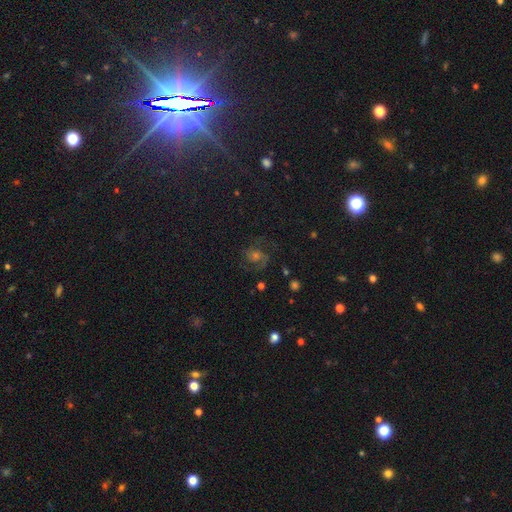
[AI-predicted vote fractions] smooth-or-featured: featured or disk: 62% | star or artifact: 23% | smooth: 14%
  disk-edge-on: no: 98% | yes: 2%
    bar: no: 61% | weak: 32% | strong: 7%
    has-spiral-arms: yes: 94% | no: 6%
      spiral-winding: medium: 55% | tight: 26% | loose: 18%
      spiral-arm-count: 2: 76% | can't tell: 9% | 1: 5% | 3: 5% | 4: 2% | more than 4: 2%
    bulge-size: moderate: 48% | small: 36% | large: 8% | none: 6% | dominant: 2%
  merging: none: 73% | minor disturbance: 14% | major disturbance: 11% | merger: 2%